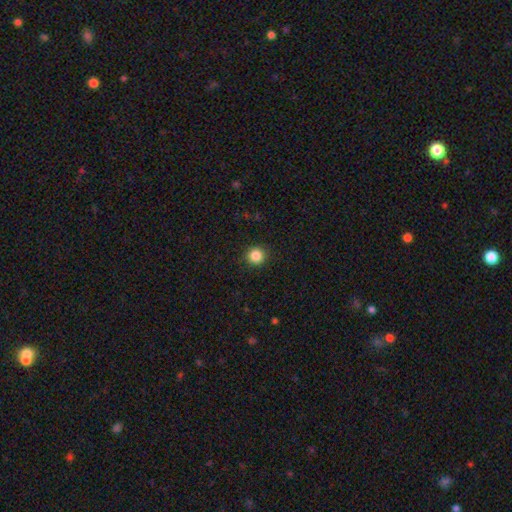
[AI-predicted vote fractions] Q: Smooth or featured?
A: smooth (86%); runner-up: star or artifact (11%)
Q: How rounded?
A: round (94%); runner-up: in between (5%)
Q: Merging?
A: none (91%); runner-up: minor disturbance (6%)